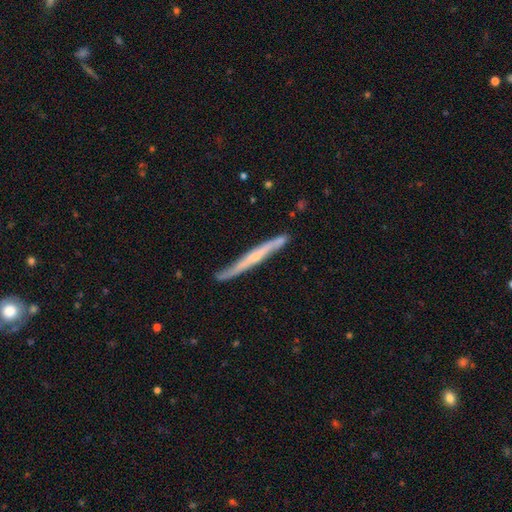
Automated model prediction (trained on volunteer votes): smooth_or_featured: featured or disk (p=0.69) [alt: smooth p=0.26]
disk_edge_on: yes (p=0.91) [alt: no p=0.09]
edge_on_bulge: none (p=0.47) [alt: rounded p=0.46]
merging: none (p=0.79) [alt: minor disturbance p=0.16]